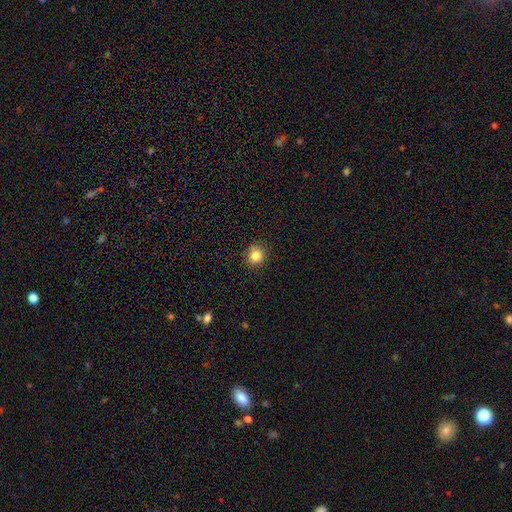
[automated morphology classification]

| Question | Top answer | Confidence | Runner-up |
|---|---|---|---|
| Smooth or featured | smooth | 83% | star or artifact (12%) |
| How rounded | round | 86% | in between (13%) |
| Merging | none | 86% | minor disturbance (10%) |